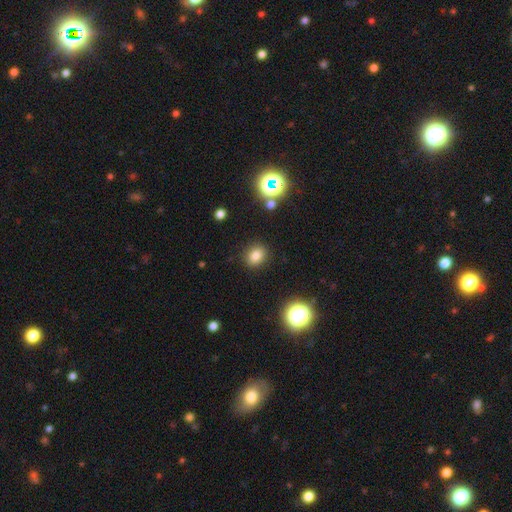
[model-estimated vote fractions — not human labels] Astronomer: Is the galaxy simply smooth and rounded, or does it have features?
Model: smooth — 78%.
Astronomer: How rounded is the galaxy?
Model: round — 64%.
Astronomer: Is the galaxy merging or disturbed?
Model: none — 89%.